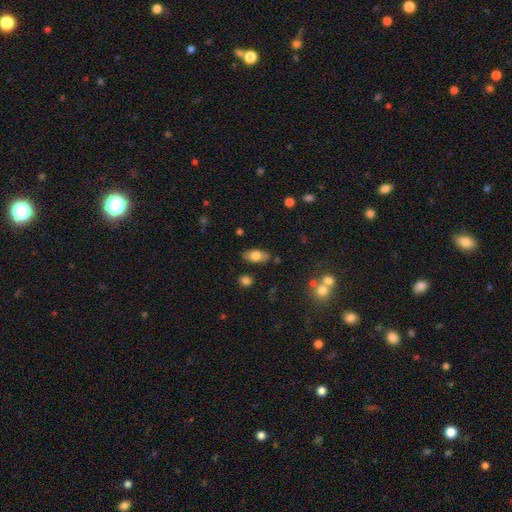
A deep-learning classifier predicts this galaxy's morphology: Smooth or featured?
  - smooth: 75% *
  - featured or disk: 18%
  - star or artifact: 8%
How rounded?
  - in between: 89% *
  - cigar-shaped: 7%
  - round: 4%
Merging?
  - none: 82% *
  - minor disturbance: 12%
  - merger: 3%
  - major disturbance: 3%